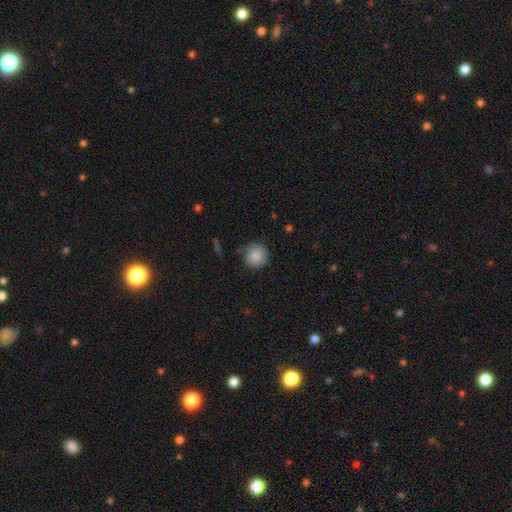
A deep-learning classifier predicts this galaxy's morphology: Overall: smooth (87%). How rounded: round (94%). Merging: none (85%).